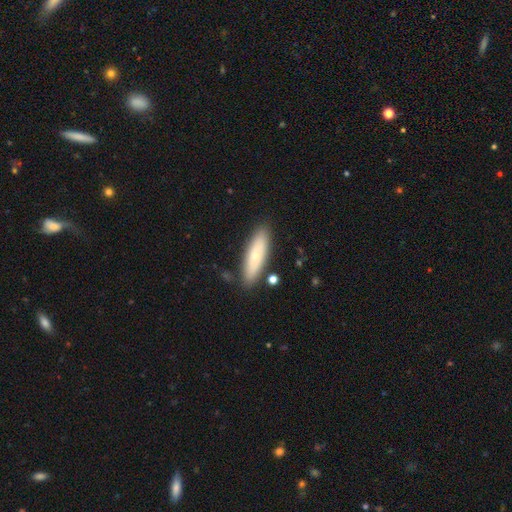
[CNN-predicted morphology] Smooth or featured: smooth — 71% (featured or disk — 23%)
How rounded: cigar-shaped — 59% (in between — 39%)
Merging: none — 85% (minor disturbance — 10%)